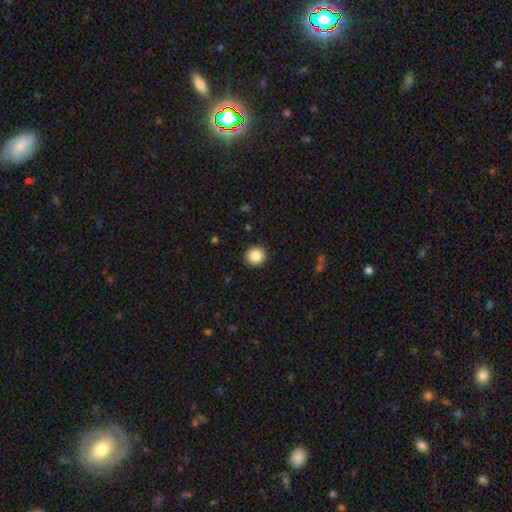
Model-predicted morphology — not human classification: Smooth or featured? smooth (86%)
How rounded? round (91%)
Merging? none (92%)